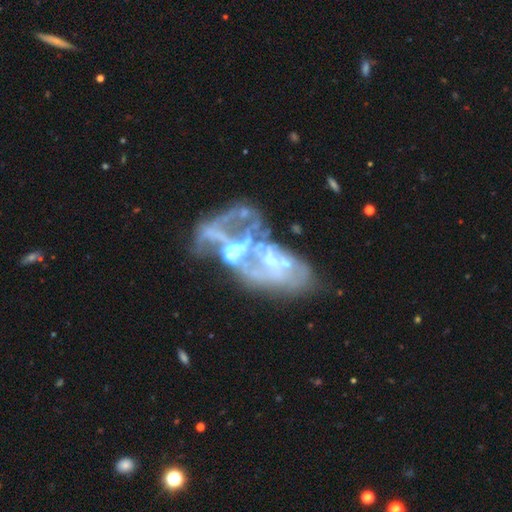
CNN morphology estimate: Smooth or featured: featured or disk — 75% (smooth — 13%)
Edge-on disk: no — 95% (yes — 5%)
Bar: no — 66% (weak — 23%)
Spiral arms: yes — 51% (no — 49%)
Bulge size: moderate — 36% (small — 35%)
Merging: merger — 69% (major disturbance — 14%)